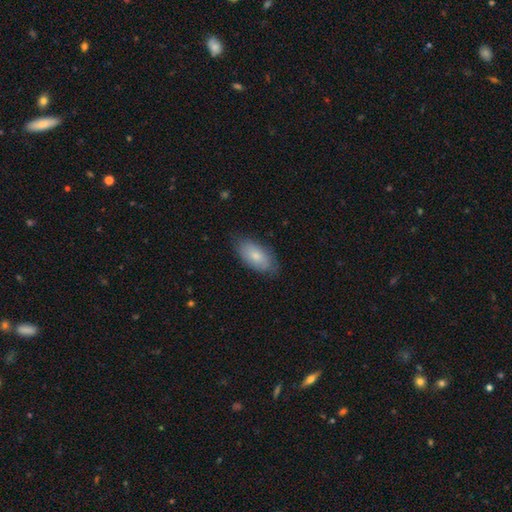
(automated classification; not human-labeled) Smooth or featured? smooth (77%)
How rounded? in between (93%)
Merging? none (77%)